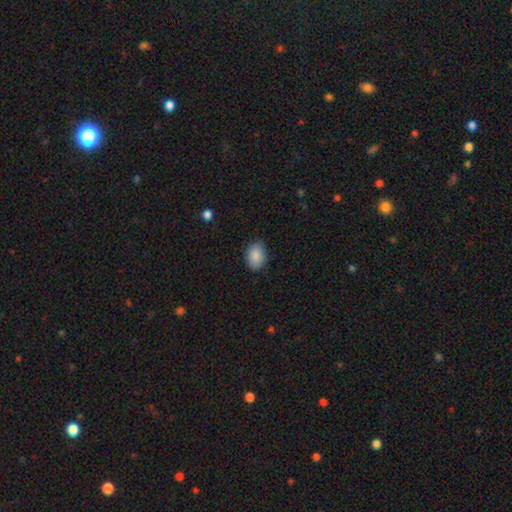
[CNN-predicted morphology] smooth 88%, star or artifact 7%, featured or disk 4%. Down the decision tree: how rounded — in between (79%); merging — none (81%).